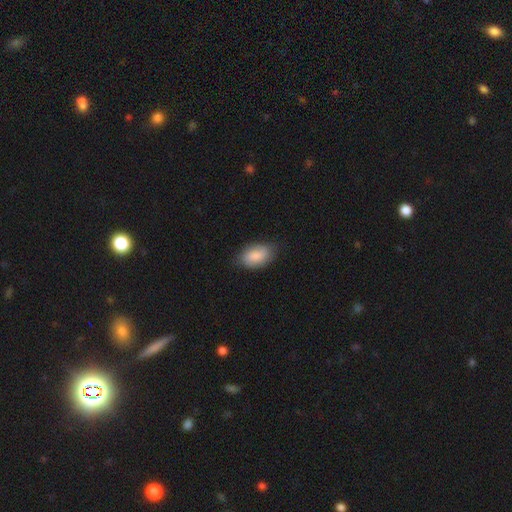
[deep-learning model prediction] A smooth galaxy with no disk features (85%) that is in between round and cigar-shaped (92%).

Vote fractions:
- Smooth or featured? smooth: 85% / featured or disk: 9% / star or artifact: 6%
- How rounded? in between: 92% / round: 6% / cigar-shaped: 2%
- Merging? none: 77% / minor disturbance: 18% / major disturbance: 3% / merger: 1%